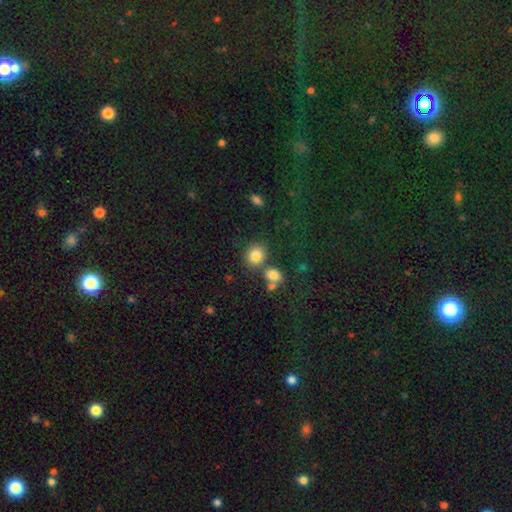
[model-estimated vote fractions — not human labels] Smooth or featured: smooth — 80% (star or artifact — 12%)
How rounded: round — 73% (in between — 26%)
Merging: none — 65% (merger — 19%)